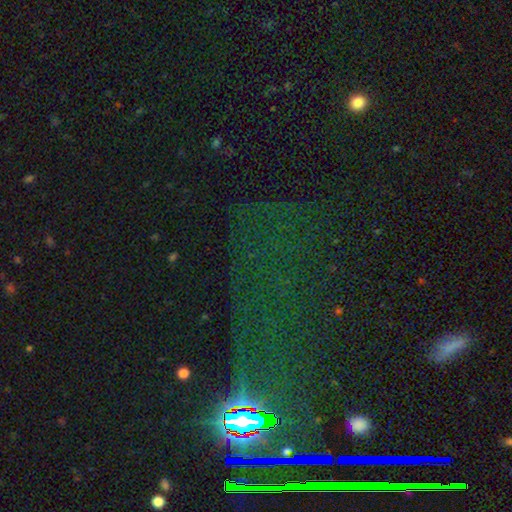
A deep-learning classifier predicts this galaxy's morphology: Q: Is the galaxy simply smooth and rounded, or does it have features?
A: star or artifact — 77%.